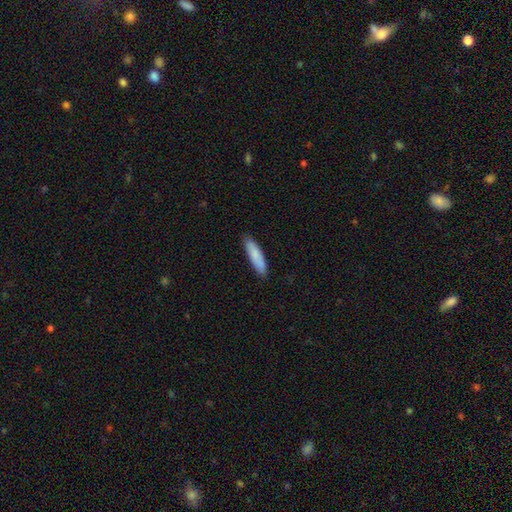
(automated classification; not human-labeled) A smooth galaxy with no disk features (85%) that is cigar-shaped (73%).

Vote fractions:
- Smooth or featured? smooth: 85% / featured or disk: 10% / star or artifact: 5%
- How rounded? cigar-shaped: 73% / in between: 25% / round: 1%
- Merging? none: 88% / minor disturbance: 9% / major disturbance: 2% / merger: 1%